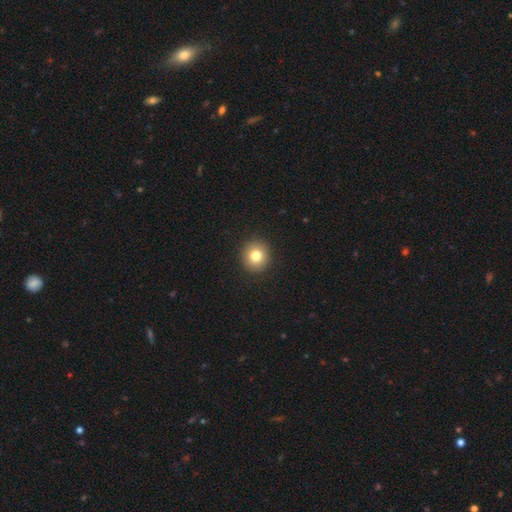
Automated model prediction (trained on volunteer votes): Smooth or featured? Predicted: smooth (p=0.79). How rounded? Predicted: round (p=0.89). Merging? Predicted: none (p=0.92).